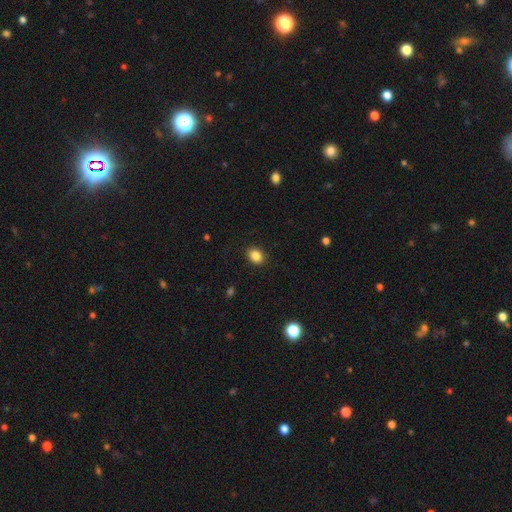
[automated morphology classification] Smooth or featured? smooth (86%)
How rounded? in between (57%)
Merging? none (90%)